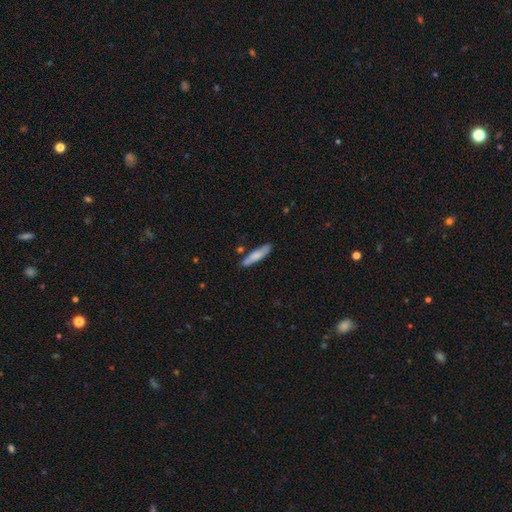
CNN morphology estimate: type=smooth (75%); roundness=cigar-shaped (82%); merging=none (80%).